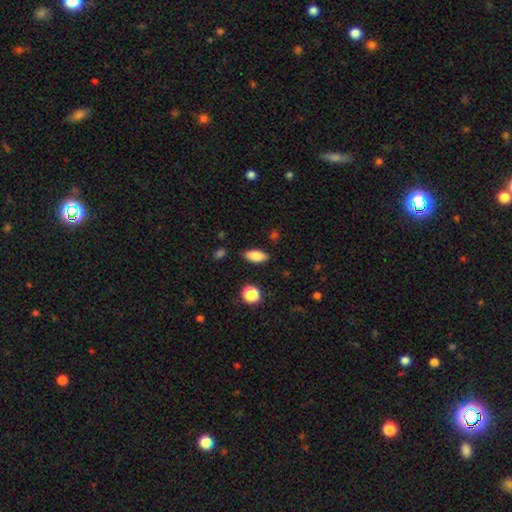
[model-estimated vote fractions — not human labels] Smooth or featured: smooth — 83% (featured or disk — 8%)
How rounded: in between — 85% (cigar-shaped — 12%)
Merging: none — 85% (minor disturbance — 11%)